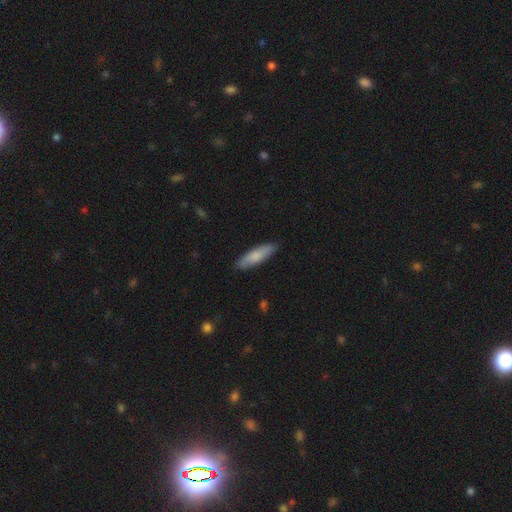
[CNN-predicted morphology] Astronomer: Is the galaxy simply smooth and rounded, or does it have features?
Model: smooth — 79%.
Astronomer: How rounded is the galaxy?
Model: cigar-shaped — 60% (runner-up: in between, 39%).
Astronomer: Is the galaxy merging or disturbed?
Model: none — 87%.